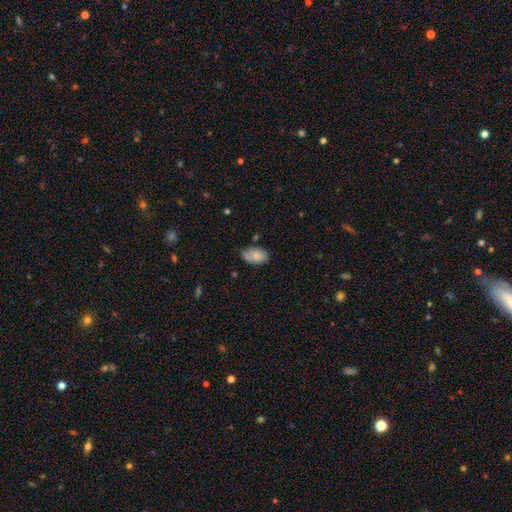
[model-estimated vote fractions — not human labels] Overall: smooth (80%). How rounded: in between (93%). Merging: none (61%; minor disturbance 29%).